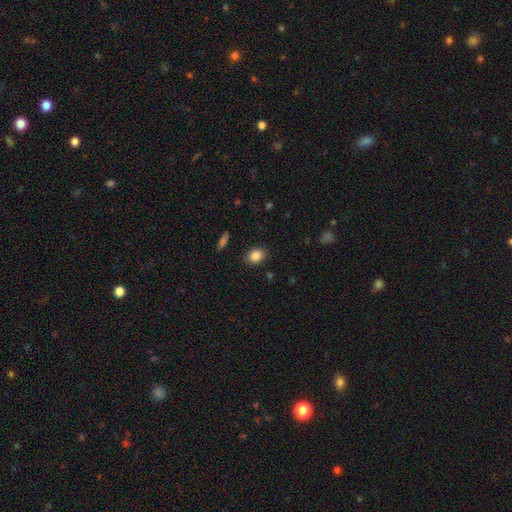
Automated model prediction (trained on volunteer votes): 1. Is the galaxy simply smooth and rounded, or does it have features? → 85% smooth, 9% star or artifact, 6% featured or disk.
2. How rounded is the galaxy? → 62% in between, 37% round, 1% cigar-shaped.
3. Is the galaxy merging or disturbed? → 88% none, 8% minor disturbance, 2% major disturbance, 1% merger.